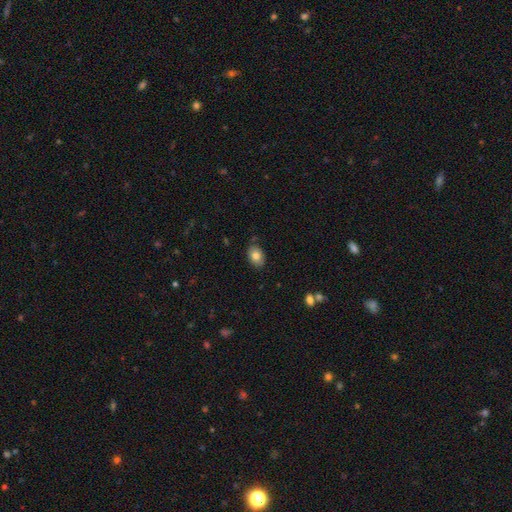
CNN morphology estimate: Smooth or featured? smooth (81%)
How rounded? in between (80%)
Merging? none (83%)